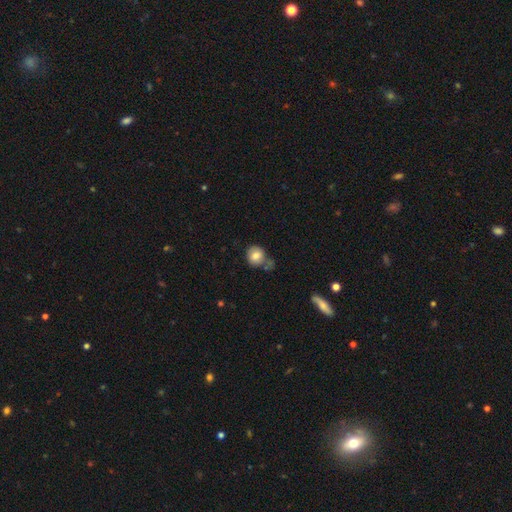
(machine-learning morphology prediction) A smooth galaxy with no disk features (78%) that is round (77%).

Vote fractions:
- Smooth or featured? smooth: 78% / featured or disk: 13% / star or artifact: 8%
- How rounded? round: 77% / in between: 22% / cigar-shaped: 1%
- Merging? none: 56% / merger: 19% / minor disturbance: 19% / major disturbance: 6%